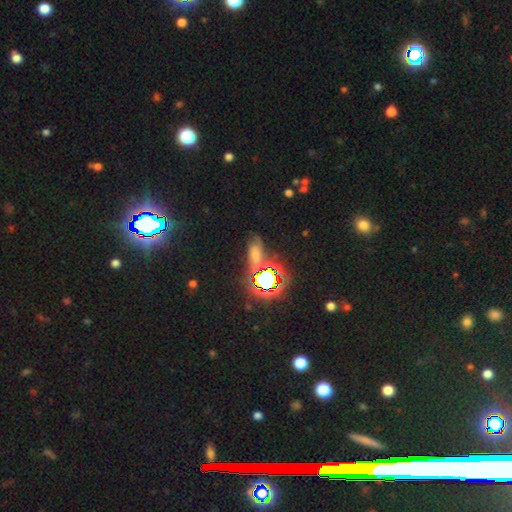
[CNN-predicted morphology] type=star or artifact (47%).